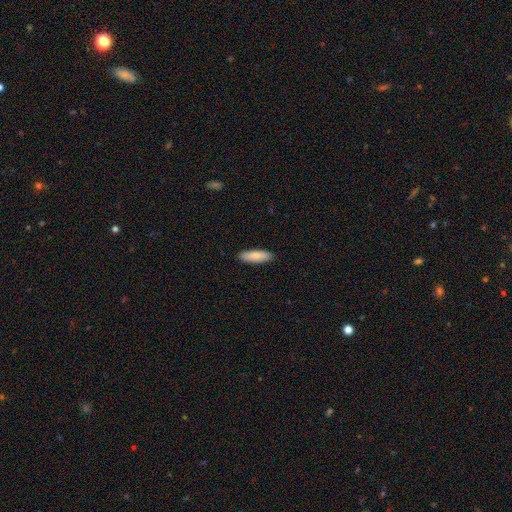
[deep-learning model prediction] Smooth or featured?
  - smooth: 85% *
  - featured or disk: 10%
  - star or artifact: 5%
How rounded?
  - in between: 52% *
  - cigar-shaped: 47%
  - round: 2%
Merging?
  - none: 90% *
  - minor disturbance: 7%
  - major disturbance: 2%
  - merger: 1%